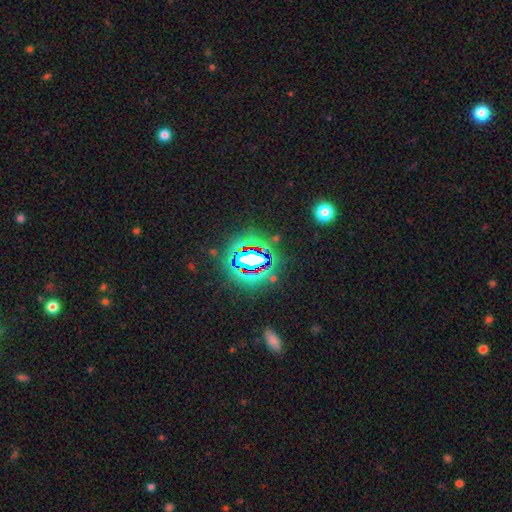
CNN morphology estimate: A star or artifact, not a galaxy (76%).